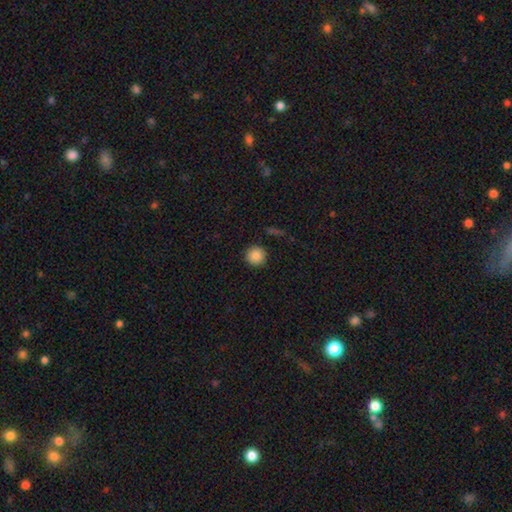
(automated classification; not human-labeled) Smooth or featured? smooth (87%)
How rounded? round (95%)
Merging? none (91%)